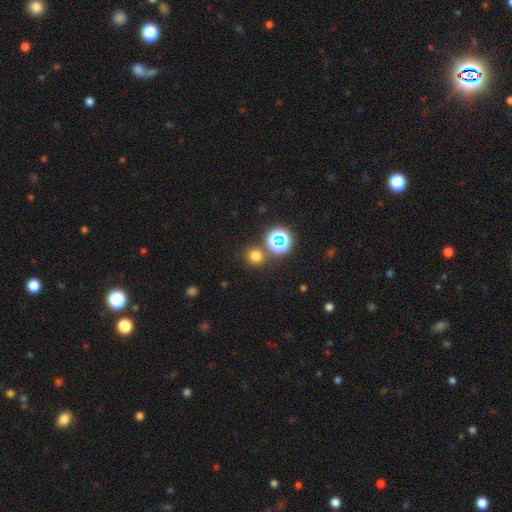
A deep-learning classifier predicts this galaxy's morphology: A smooth galaxy with no disk features (70%) that is round (89%). Merging: none (80%).